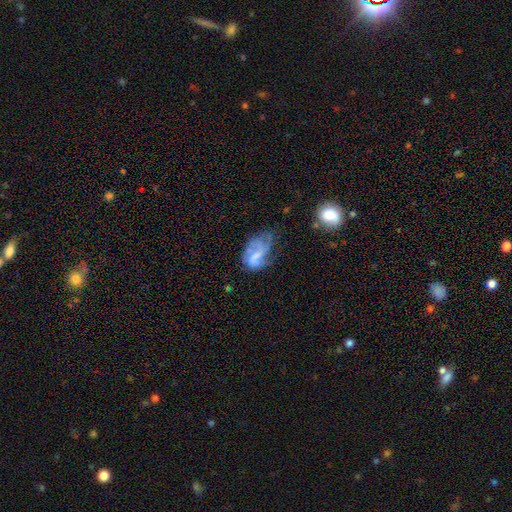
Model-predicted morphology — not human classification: Smooth or featured? featured or disk (58%)
Edge-on disk? no (97%)
Bar? weak (43%)
Spiral arms? yes (70%)
Bulge size? none (45%)
Merging? major disturbance (35%)